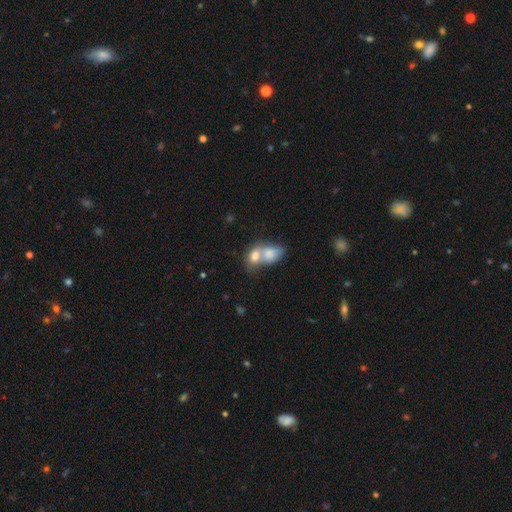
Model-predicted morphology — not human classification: smooth_or_featured: smooth (p=0.59) [alt: featured or disk p=0.21]
how_rounded: in between (p=0.54) [alt: round p=0.40]
merging: merger (p=0.54) [alt: none p=0.33]